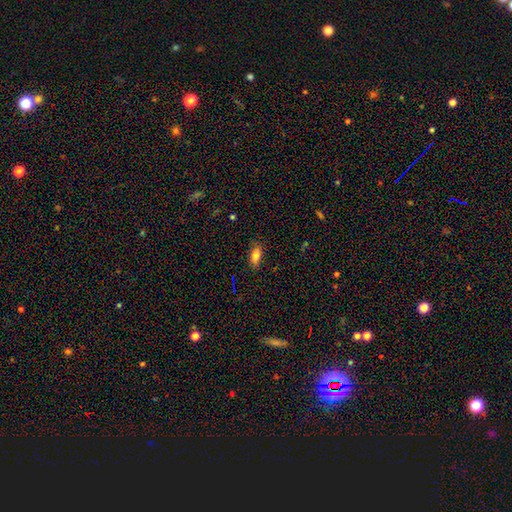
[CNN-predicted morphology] The model was most divided on "merging": none: 83%, minor disturbance: 13%, major disturbance: 3%, merger: 1%. More confident: how rounded — in between (86%); smooth or featured — smooth (81%).